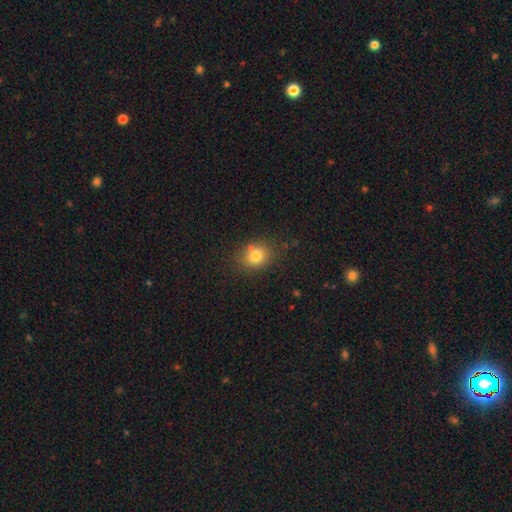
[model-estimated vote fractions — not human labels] A smooth galaxy with no disk features (79%) that is round (59%). Merging: none (75%).